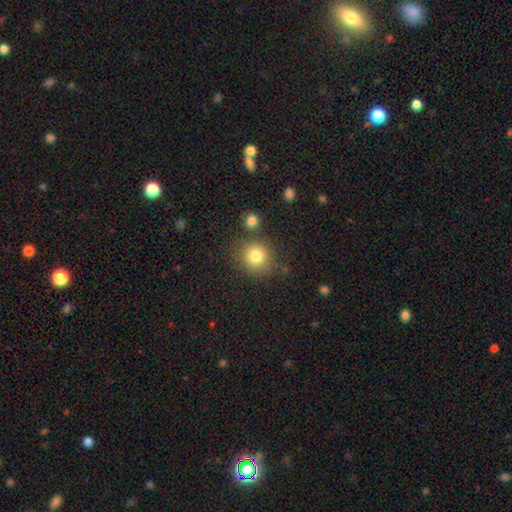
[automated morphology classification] smooth_or_featured: smooth (p=0.81) [alt: star or artifact p=0.11]
how_rounded: round (p=0.88) [alt: in between p=0.11]
merging: none (p=0.76) [alt: minor disturbance p=0.11]